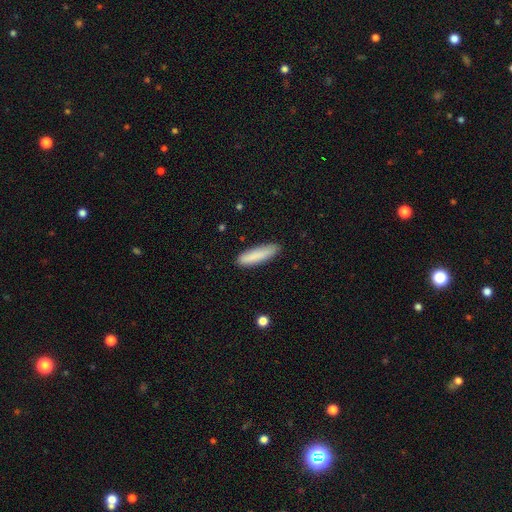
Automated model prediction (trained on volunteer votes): smooth-or-featured: smooth: 85% | featured or disk: 9% | star or artifact: 6%
  how-rounded: cigar-shaped: 72% | in between: 26% | round: 1%
  merging: none: 87% | minor disturbance: 10% | major disturbance: 2% | merger: 1%